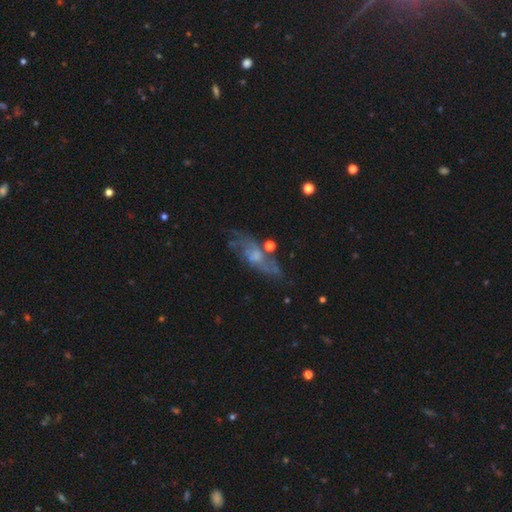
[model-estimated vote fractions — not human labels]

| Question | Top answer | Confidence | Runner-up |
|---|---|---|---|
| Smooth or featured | featured or disk | 65% | smooth (24%) |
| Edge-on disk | no | 81% | yes (19%) |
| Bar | no | 62% | weak (32%) |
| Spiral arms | yes | 73% | no (27%) |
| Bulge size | small | 38% | moderate (33%) |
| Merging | none | 60% | minor disturbance (21%) |